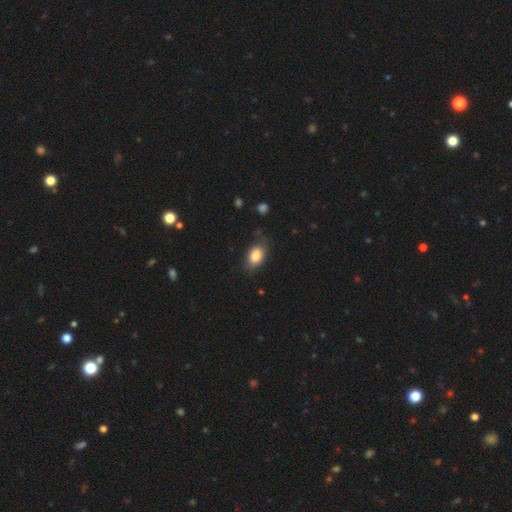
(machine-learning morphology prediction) The model was most divided on "merging": none: 76%, minor disturbance: 18%, major disturbance: 4%, merger: 2%. More confident: how rounded — in between (87%); smooth or featured — smooth (84%).